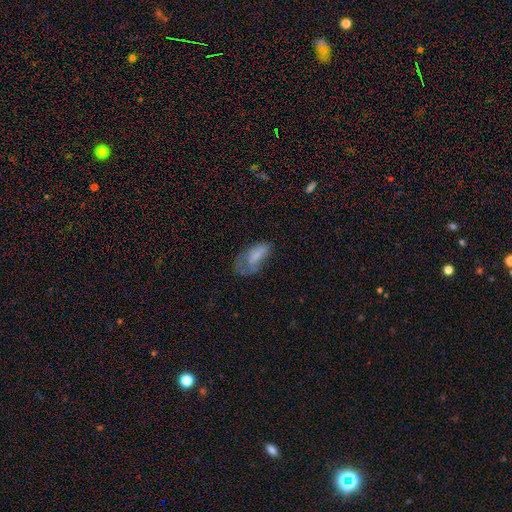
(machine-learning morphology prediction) Smooth or featured?
  - smooth: 65% *
  - featured or disk: 26%
  - star or artifact: 9%
How rounded?
  - in between: 82% *
  - cigar-shaped: 15%
  - round: 3%
Merging?
  - major disturbance: 36% *
  - none: 31%
  - minor disturbance: 29%
  - merger: 3%